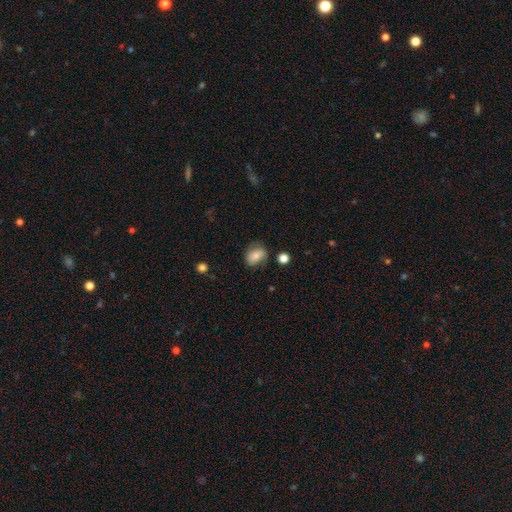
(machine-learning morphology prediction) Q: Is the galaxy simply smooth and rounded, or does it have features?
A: smooth — 67%.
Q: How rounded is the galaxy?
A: in between — 66%.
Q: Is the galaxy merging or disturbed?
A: none — 64%.